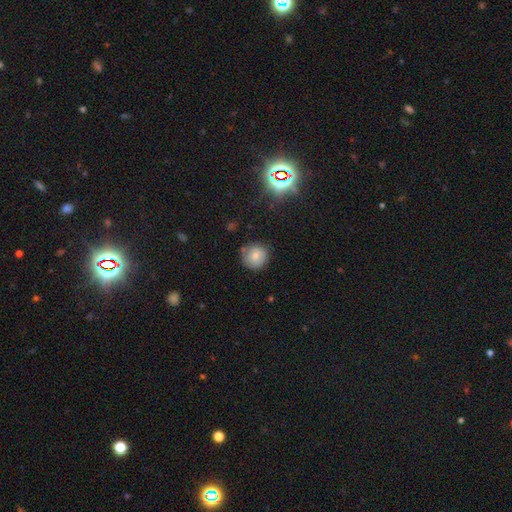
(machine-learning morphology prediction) Smooth or featured: smooth — 74% (featured or disk — 15%)
How rounded: round — 92% (in between — 7%)
Merging: none — 77% (minor disturbance — 17%)